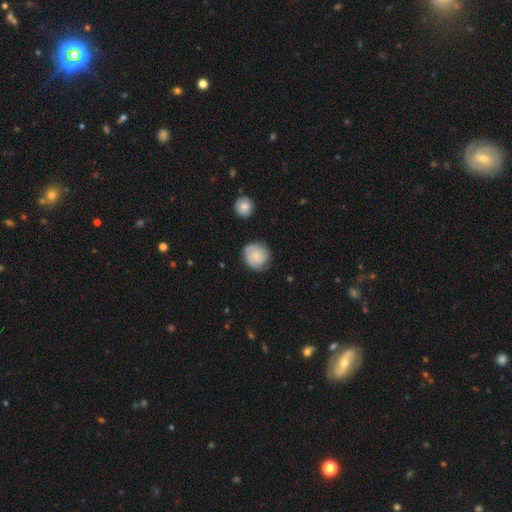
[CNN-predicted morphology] Smooth or featured: smooth — 53% (featured or disk — 40%)
How rounded: round — 82% (in between — 17%)
Merging: none — 76% (minor disturbance — 17%)